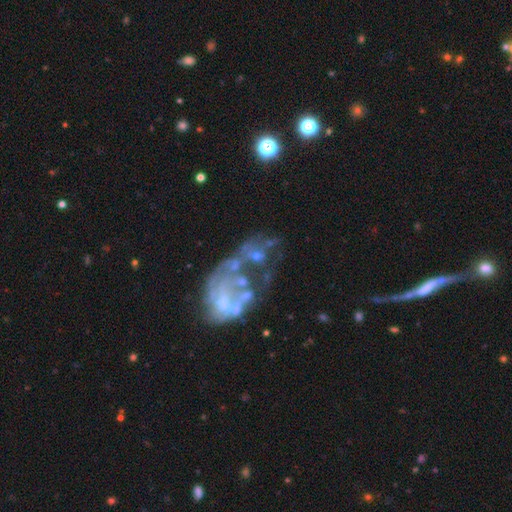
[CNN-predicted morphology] Q: Smooth or featured?
A: featured or disk (67%); runner-up: smooth (17%)
Q: Edge-on disk?
A: no (98%); runner-up: yes (2%)
Q: Bar?
A: no (86%); runner-up: weak (10%)
Q: Spiral arms?
A: no (82%); runner-up: yes (18%)
Q: Bulge size?
A: none (68%); runner-up: small (17%)
Q: Merging?
A: major disturbance (41%); runner-up: merger (24%)